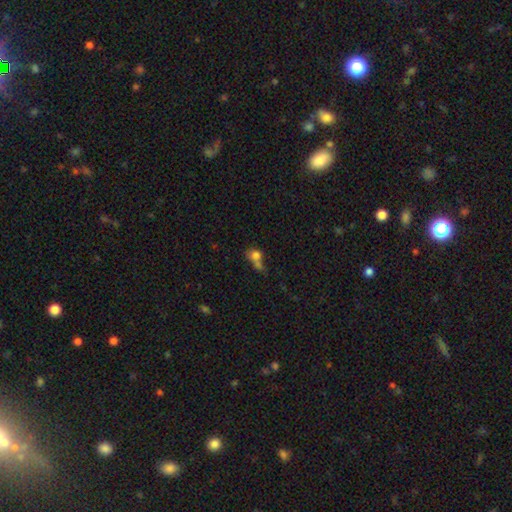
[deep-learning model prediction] smooth 74%, featured or disk 13%, star or artifact 13%. Down the decision tree: how rounded — round (60%); merging — merger (50%).